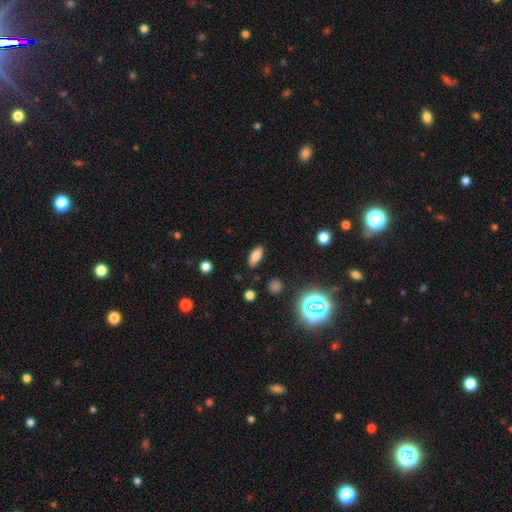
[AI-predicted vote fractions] smooth_or_featured: smooth (p=0.80) [alt: star or artifact p=0.10]
how_rounded: in between (p=0.83) [alt: cigar-shaped p=0.14]
merging: none (p=0.84) [alt: minor disturbance p=0.12]